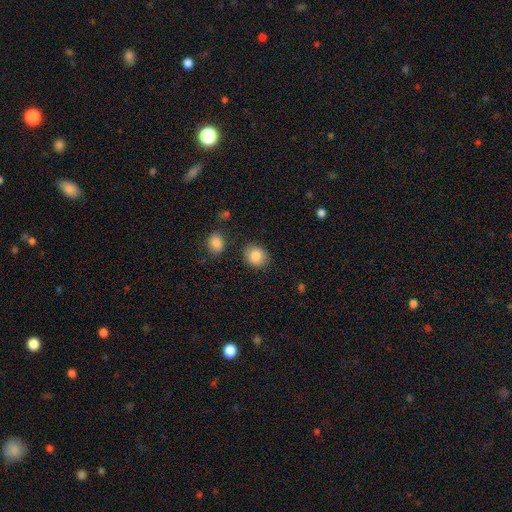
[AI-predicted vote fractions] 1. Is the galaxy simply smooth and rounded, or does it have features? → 85% smooth, 8% star or artifact, 7% featured or disk.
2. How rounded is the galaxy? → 65% round, 34% in between, 1% cigar-shaped.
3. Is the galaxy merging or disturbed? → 84% none, 10% minor disturbance, 3% merger, 3% major disturbance.